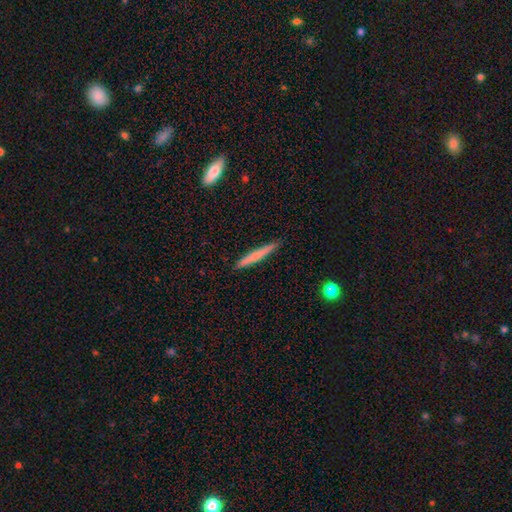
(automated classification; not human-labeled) This appears to be a smooth galaxy with no disk features (65%) that is cigar-shaped (96%). Merging: none (90%).